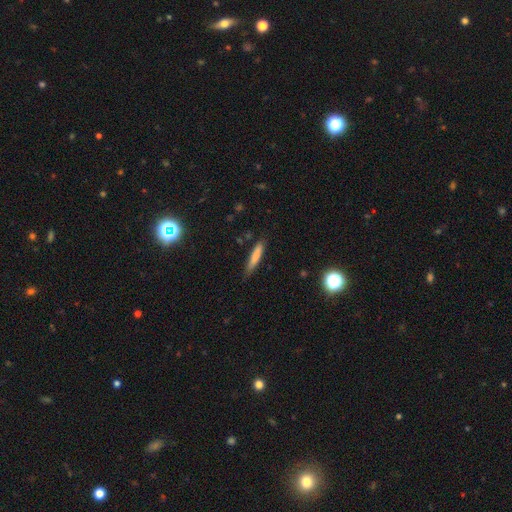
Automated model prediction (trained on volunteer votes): A smooth galaxy with no disk features (78%) that is cigar-shaped (88%). Merging: none (80%).